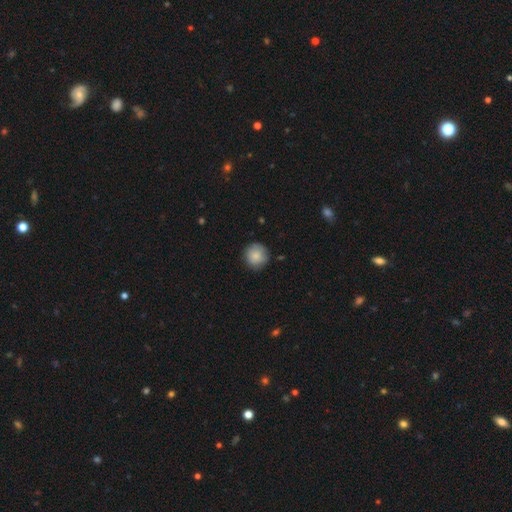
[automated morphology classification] A smooth galaxy with no disk features (85%) that is round (94%). Merging: none (84%).